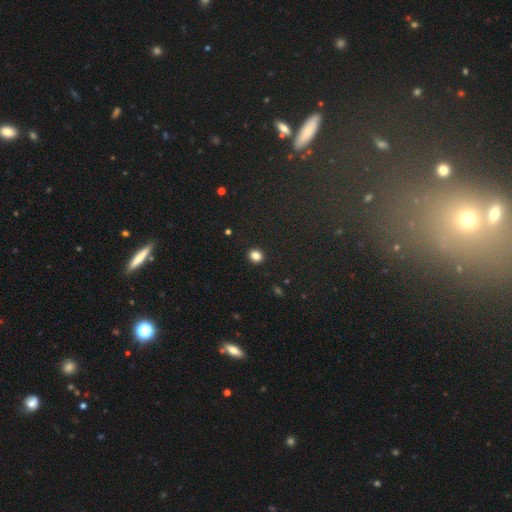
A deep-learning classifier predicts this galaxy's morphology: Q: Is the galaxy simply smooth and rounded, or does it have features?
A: smooth — 84%.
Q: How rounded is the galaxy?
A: round — 69%.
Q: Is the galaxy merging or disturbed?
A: none — 91%.